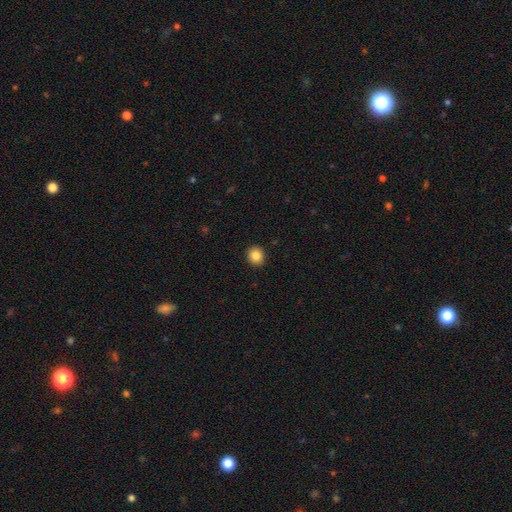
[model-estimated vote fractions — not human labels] Morphology: type=smooth (85%); roundness=round (85%); merging=none (93%).